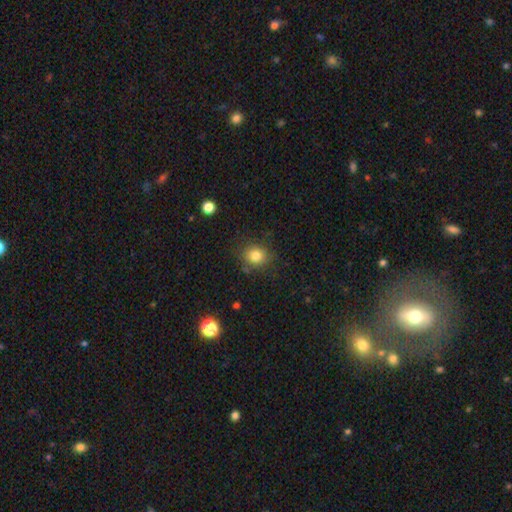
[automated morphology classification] Smooth or featured: smooth — 81% (star or artifact — 12%)
How rounded: round — 79% (in between — 20%)
Merging: none — 82% (minor disturbance — 11%)